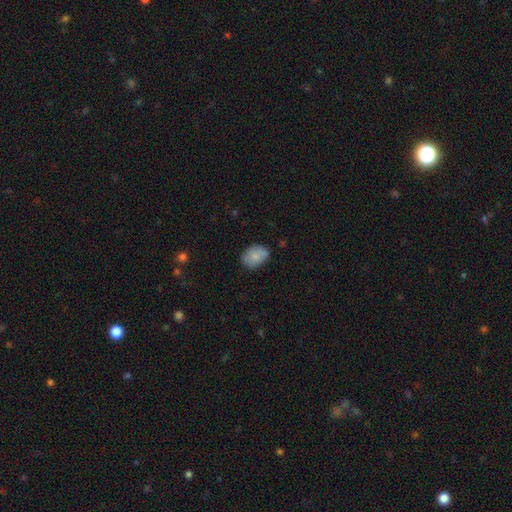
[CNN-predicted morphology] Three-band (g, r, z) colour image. It shows a smooth galaxy with no disk features (82%) that is in between round and cigar-shaped (74%). Merging: none (72%).